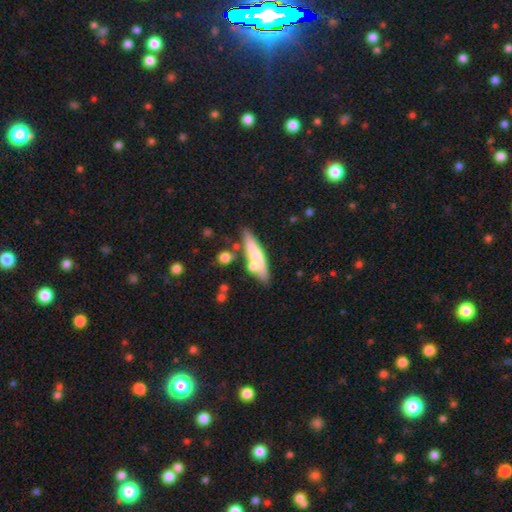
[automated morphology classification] smooth-or-featured: smooth: 62% | featured or disk: 31% | star or artifact: 6%
  how-rounded: cigar-shaped: 77% | in between: 21% | round: 2%
  merging: none: 69% | minor disturbance: 15% | merger: 13% | major disturbance: 4%